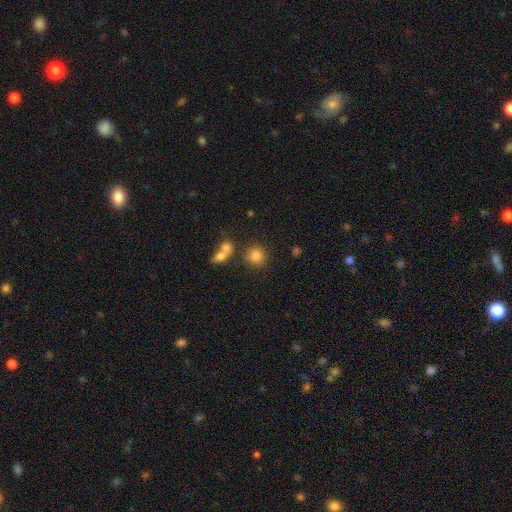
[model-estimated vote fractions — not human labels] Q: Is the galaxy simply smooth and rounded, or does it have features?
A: smooth — 81%.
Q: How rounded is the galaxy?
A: round — 85%.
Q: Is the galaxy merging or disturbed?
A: none — 70%.